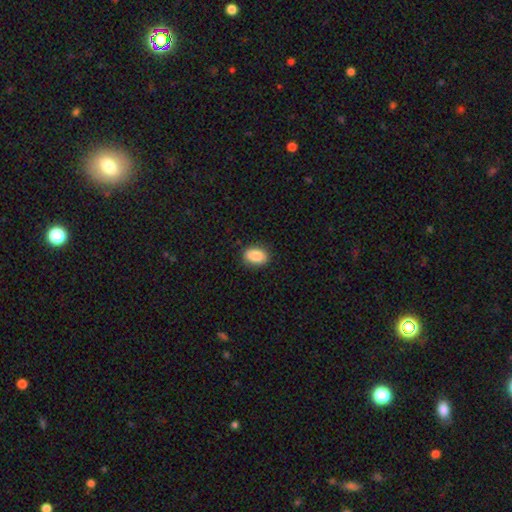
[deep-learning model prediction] smooth 88%, star or artifact 7%, featured or disk 5%. Down the decision tree: how rounded — in between (82%); merging — none (88%).